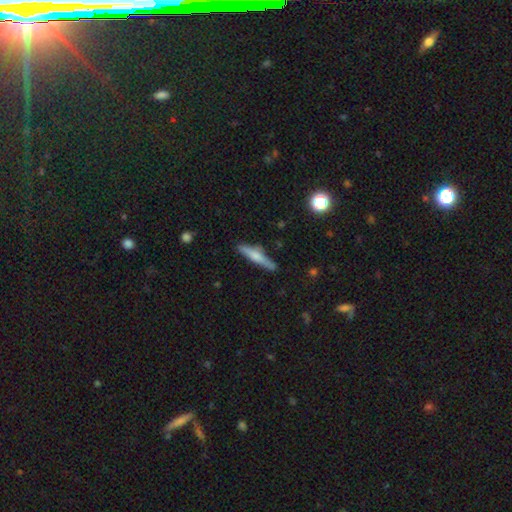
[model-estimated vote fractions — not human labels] Q: Smooth or featured?
A: smooth (51%); runner-up: featured or disk (43%)
Q: How rounded?
A: cigar-shaped (88%); runner-up: in between (10%)
Q: Merging?
A: none (84%); runner-up: minor disturbance (12%)